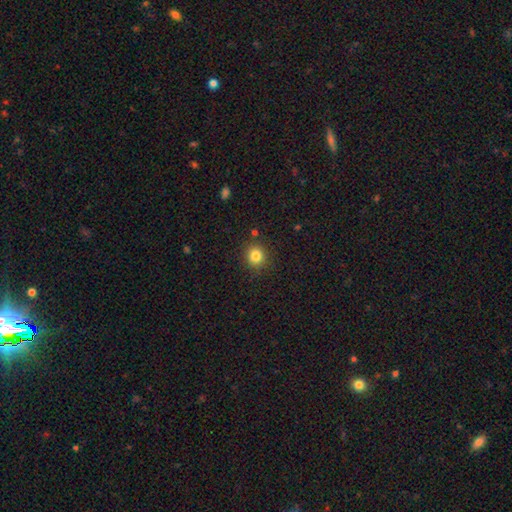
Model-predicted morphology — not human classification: type=smooth (82%); roundness=round (89%); merging=none (88%).